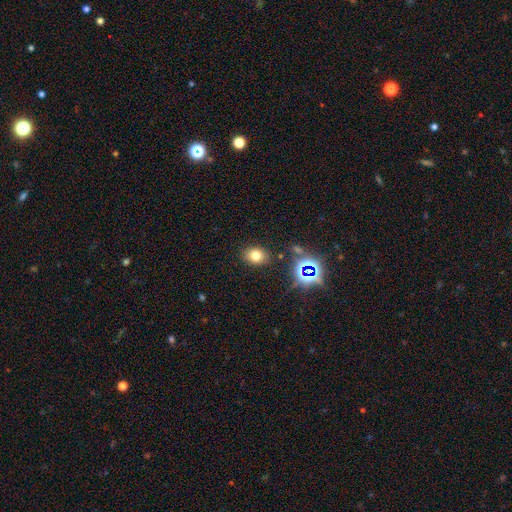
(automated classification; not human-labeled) Smooth or featured? smooth (71%)
How rounded? in between (57%)
Merging? none (84%)